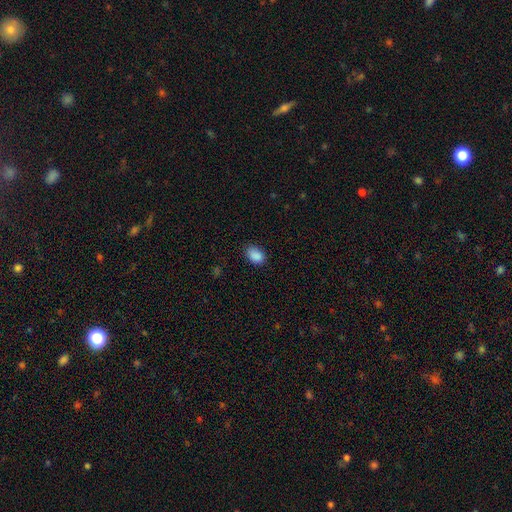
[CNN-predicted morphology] Overall: smooth (89%). How rounded: in between (86%). Merging: none (82%).